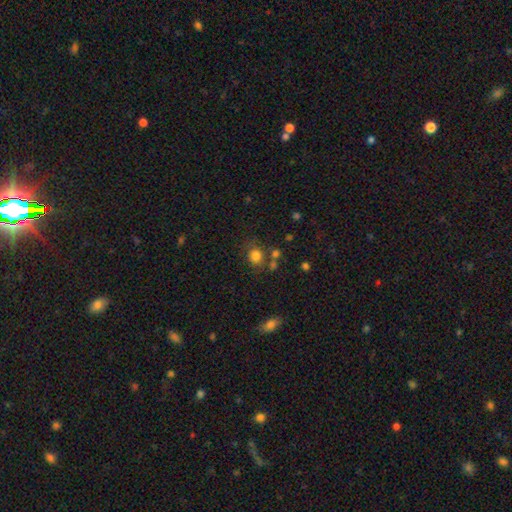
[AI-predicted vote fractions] smooth-or-featured: smooth: 79% | star or artifact: 13% | featured or disk: 8%
  how-rounded: round: 75% | in between: 24% | cigar-shaped: 1%
  merging: none: 69% | minor disturbance: 13% | merger: 12% | major disturbance: 6%